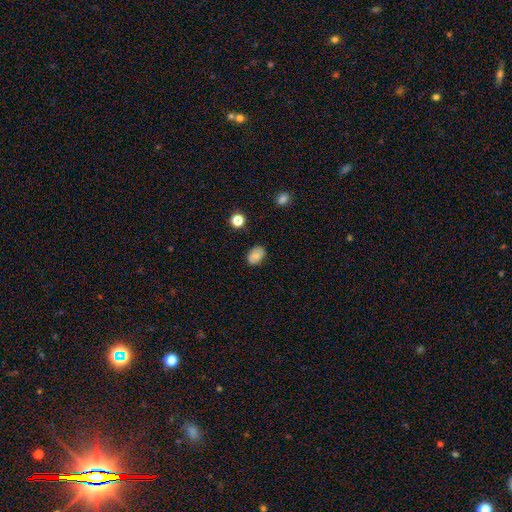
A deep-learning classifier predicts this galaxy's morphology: The model was most divided on "how rounded": in between: 79%, round: 20%, cigar-shaped: 1%. More confident: merging — none (81%); smooth or featured — smooth (81%).